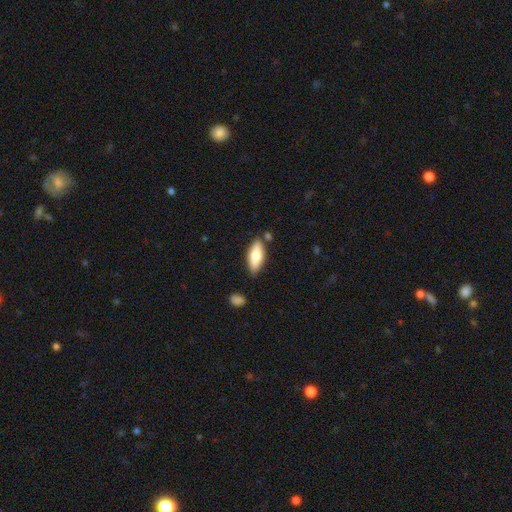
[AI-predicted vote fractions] Smooth or featured?
  - smooth: 76% *
  - featured or disk: 18%
  - star or artifact: 6%
How rounded?
  - in between: 76% *
  - cigar-shaped: 22%
  - round: 2%
Merging?
  - none: 79% *
  - minor disturbance: 13%
  - merger: 5%
  - major disturbance: 3%